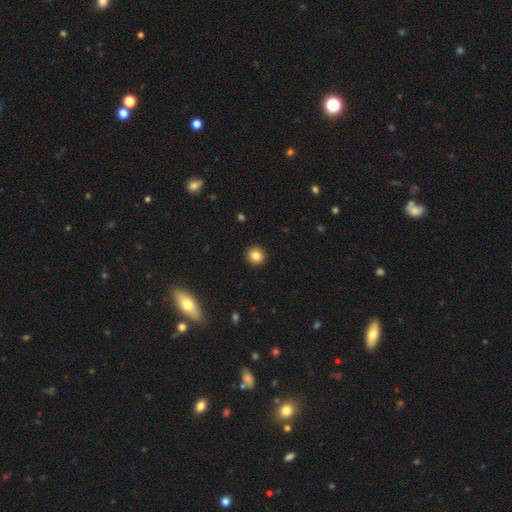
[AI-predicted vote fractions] Smooth or featured: smooth — 83% (star or artifact — 10%)
How rounded: round — 94% (in between — 5%)
Merging: none — 93% (minor disturbance — 4%)